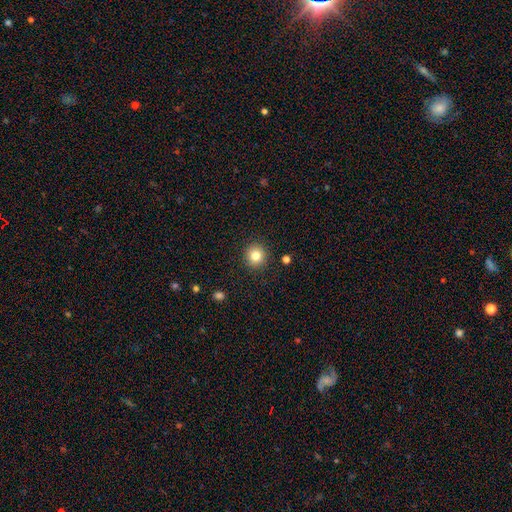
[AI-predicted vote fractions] Smooth or featured? Predicted: smooth (p=0.82). How rounded? Predicted: round (p=0.92). Merging? Predicted: none (p=0.91).